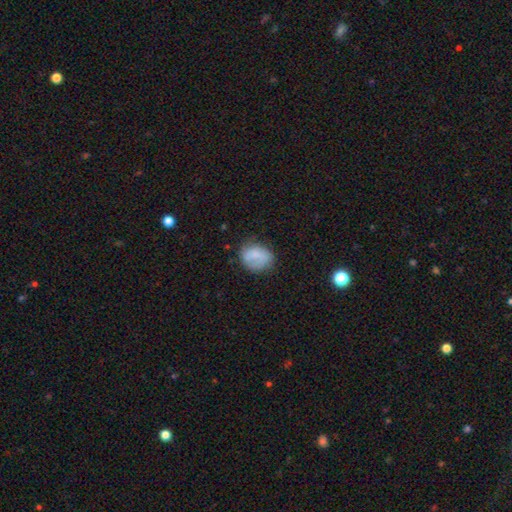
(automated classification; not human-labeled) Q: Smooth or featured?
A: smooth (77%); runner-up: featured or disk (14%)
Q: How rounded?
A: in between (50%); runner-up: round (49%)
Q: Merging?
A: none (63%); runner-up: minor disturbance (25%)